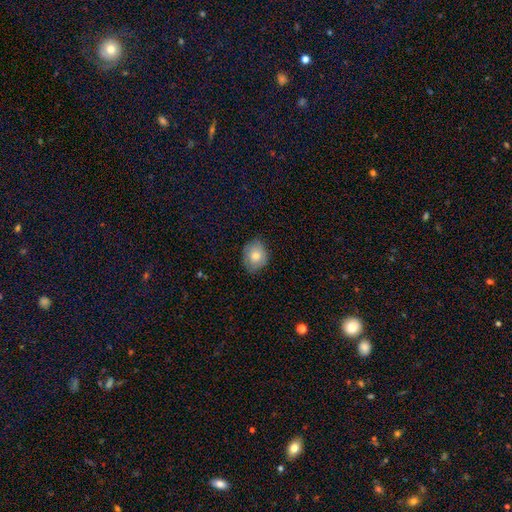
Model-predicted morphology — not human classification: smooth 72%, featured or disk 20%, star or artifact 8%. Down the decision tree: how rounded — in between (51%); merging — none (75%).